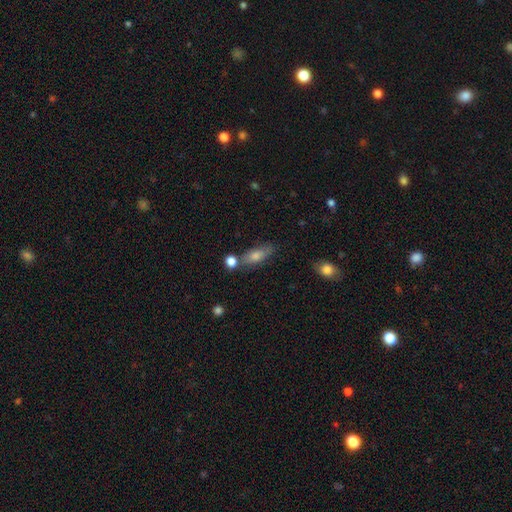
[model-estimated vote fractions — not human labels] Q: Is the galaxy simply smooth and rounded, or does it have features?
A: smooth — 67%.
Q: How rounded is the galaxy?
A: in between — 61%.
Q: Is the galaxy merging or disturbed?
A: none — 69%.